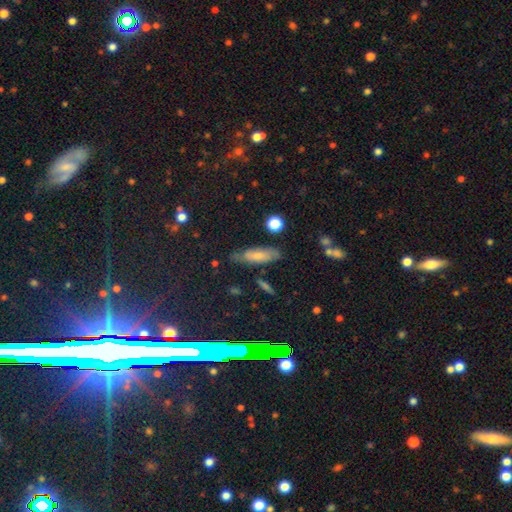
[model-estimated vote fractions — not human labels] This is possibly a smooth galaxy (57%). How rounded: possibly in between (52%). Merging: likely none (75%).